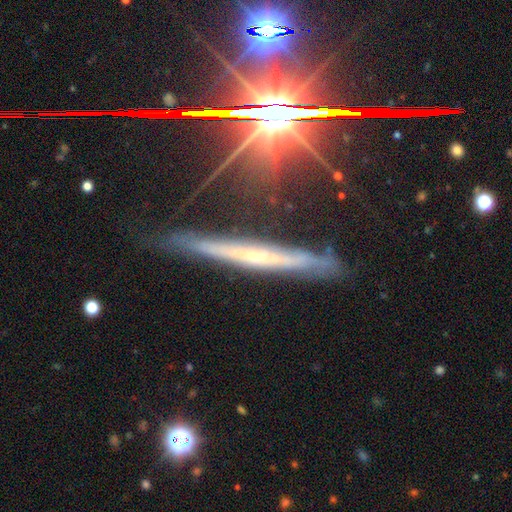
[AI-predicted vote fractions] Q: Smooth or featured?
A: featured or disk (67%); runner-up: smooth (18%)
Q: Edge-on disk?
A: yes (93%); runner-up: no (7%)
Q: Edge-on bulge?
A: rounded (55%); runner-up: none (39%)
Q: Merging?
A: none (79%); runner-up: minor disturbance (15%)